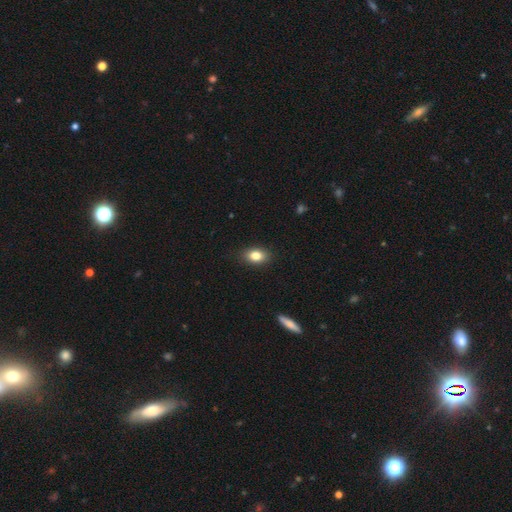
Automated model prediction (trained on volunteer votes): Morphology: type=smooth (83%); roundness=in between (82%); merging=none (87%).